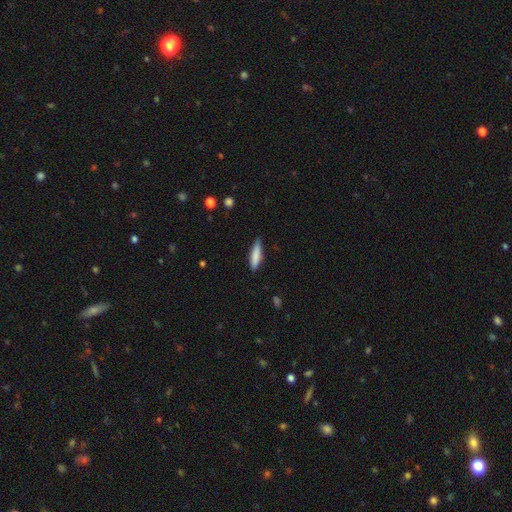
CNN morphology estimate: Smooth or featured?
  - smooth: 82% *
  - featured or disk: 13%
  - star or artifact: 6%
How rounded?
  - cigar-shaped: 75% *
  - in between: 23%
  - round: 1%
Merging?
  - none: 82% *
  - minor disturbance: 14%
  - major disturbance: 2%
  - merger: 1%